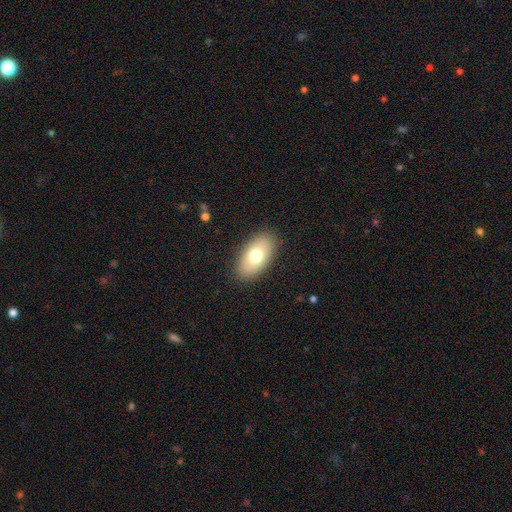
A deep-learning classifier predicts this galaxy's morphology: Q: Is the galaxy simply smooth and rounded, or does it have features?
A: smooth — 72%.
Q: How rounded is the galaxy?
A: in between — 93%.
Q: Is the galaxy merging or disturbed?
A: none — 87%.